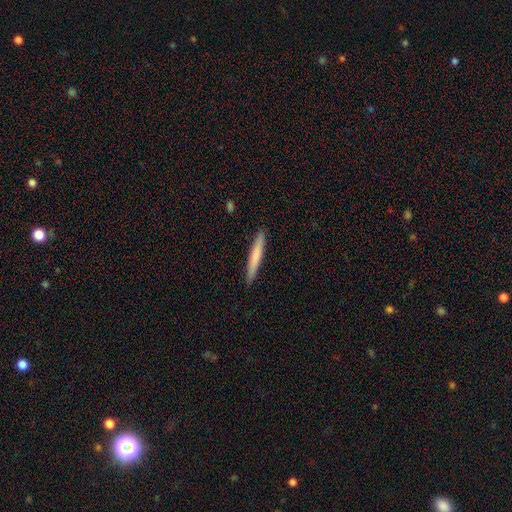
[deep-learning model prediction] smooth_or_featured: smooth (p=0.71) [alt: featured or disk p=0.24]
how_rounded: cigar-shaped (p=0.96) [alt: in between p=0.03]
merging: none (p=0.91) [alt: minor disturbance p=0.06]